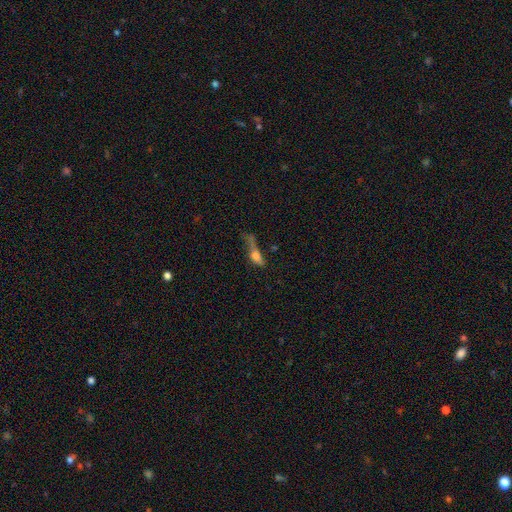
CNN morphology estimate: A smooth galaxy with no disk features (60%) that is in between round and cigar-shaped (55%).

Vote fractions:
- Smooth or featured? smooth: 60% / featured or disk: 26% / star or artifact: 14%
- How rounded? in between: 55% / cigar-shaped: 38% / round: 7%
- Merging? major disturbance: 43% / none: 19% / minor disturbance: 19% / merger: 19%